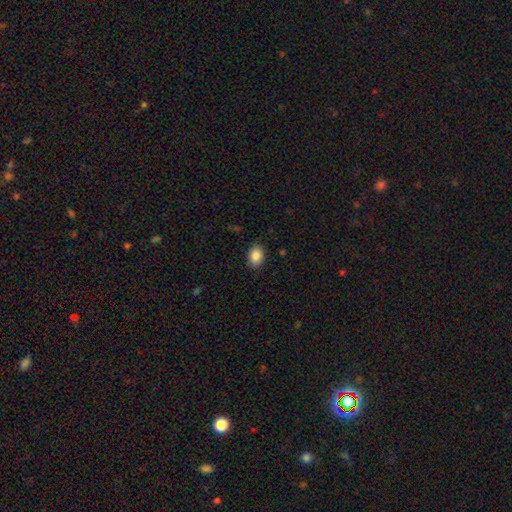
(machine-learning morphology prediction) The model was most divided on "how rounded": in between: 75%, round: 24%, cigar-shaped: 1%. More confident: smooth or featured — smooth (88%); merging — none (87%).